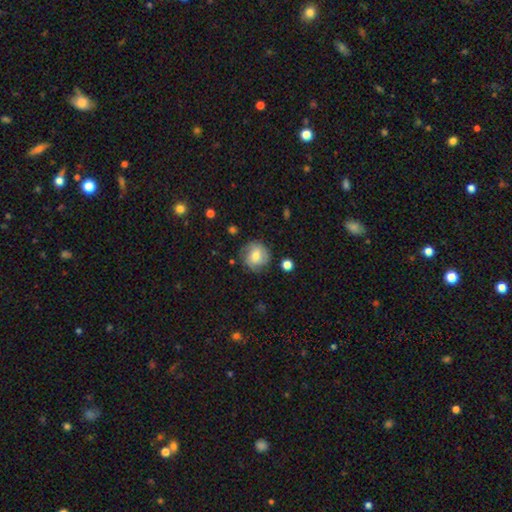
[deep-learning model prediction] This appears to be a smooth galaxy with no disk features (56%) that is round (88%). Merging: none (75%).